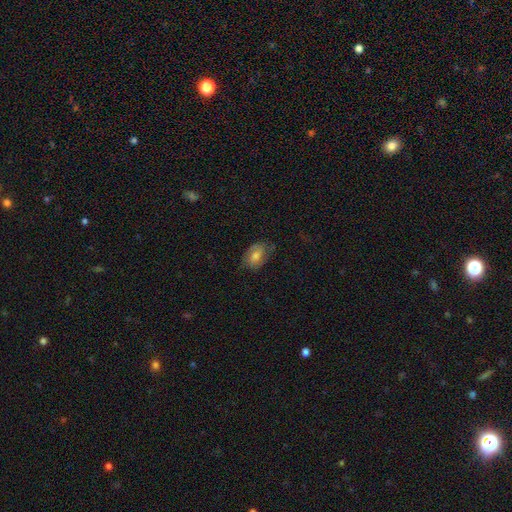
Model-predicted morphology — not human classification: The model was most divided on "smooth or featured": smooth: 49%, featured or disk: 42%, star or artifact: 10%. More confident: merging — none (68%).